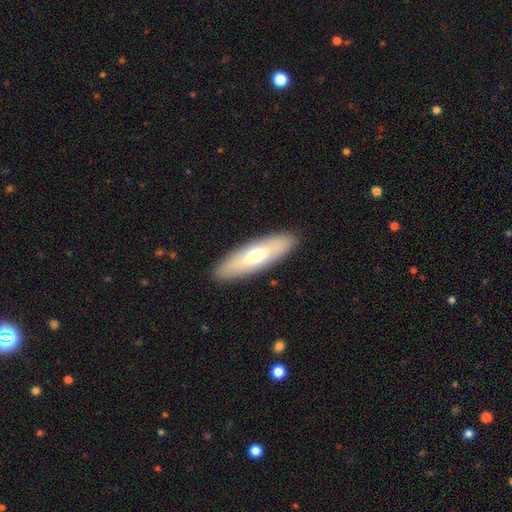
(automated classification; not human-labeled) Smooth or featured? Predicted: smooth (p=0.58). How rounded? Predicted: cigar-shaped (p=0.52). Merging? Predicted: none (p=0.89).